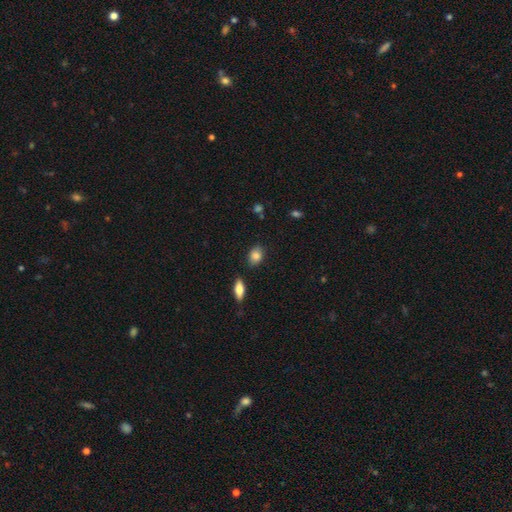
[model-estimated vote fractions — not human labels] smooth_or_featured: smooth (p=0.84) [alt: featured or disk p=0.08]
how_rounded: in between (p=0.74) [alt: round p=0.24]
merging: none (p=0.81) [alt: minor disturbance p=0.13]